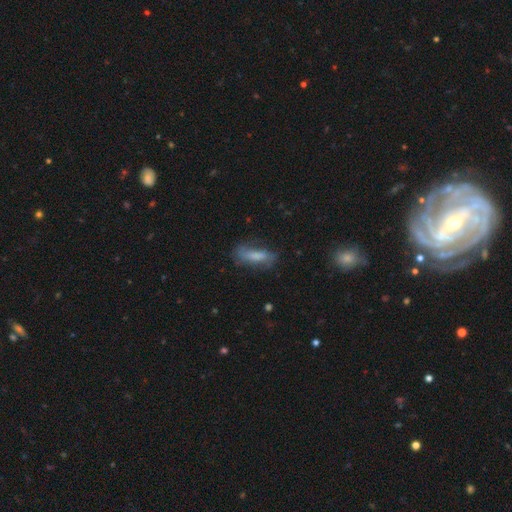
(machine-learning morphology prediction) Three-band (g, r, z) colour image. It shows a smooth galaxy with no disk features (63%) that is in between round and cigar-shaped (51%). Merging: none (60%).